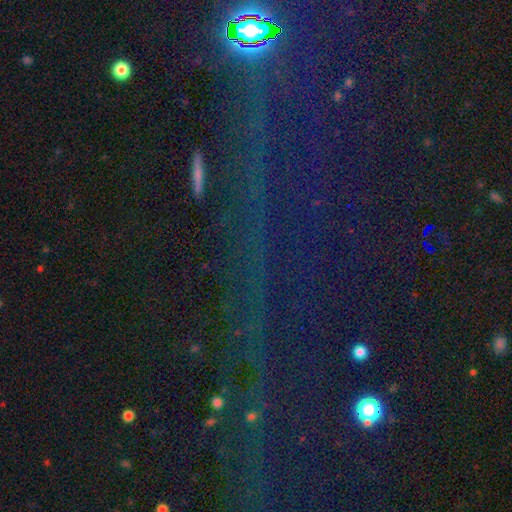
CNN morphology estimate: Overall: star or artifact (82%).